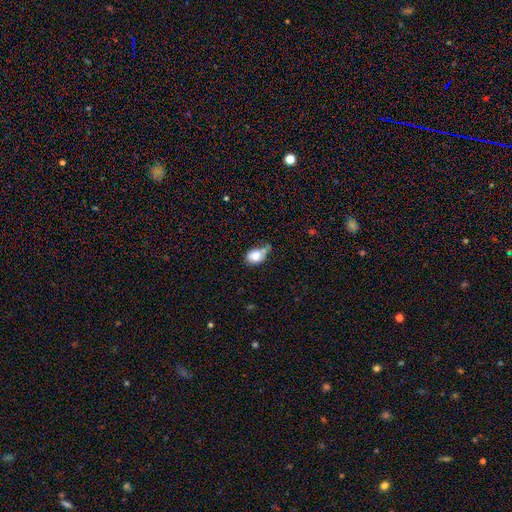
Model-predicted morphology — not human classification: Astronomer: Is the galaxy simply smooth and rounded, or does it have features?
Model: smooth — 80%.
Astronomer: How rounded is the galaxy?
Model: in between — 75%.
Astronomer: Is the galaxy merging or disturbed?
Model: none — 31% (runner-up: minor disturbance, 30%).